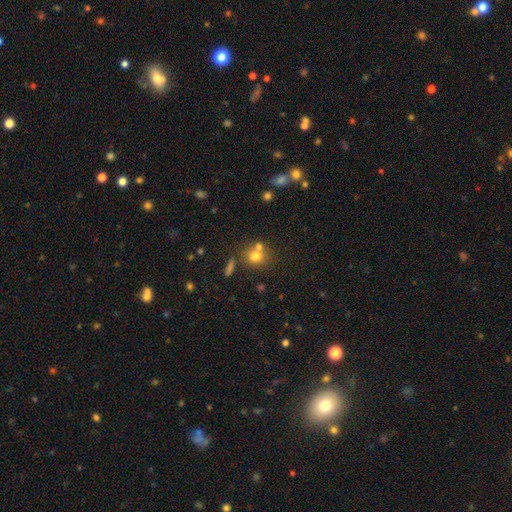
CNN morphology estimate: This is likely a smooth galaxy (74%). How rounded: likely round (75%). Merging: possibly none (52%).